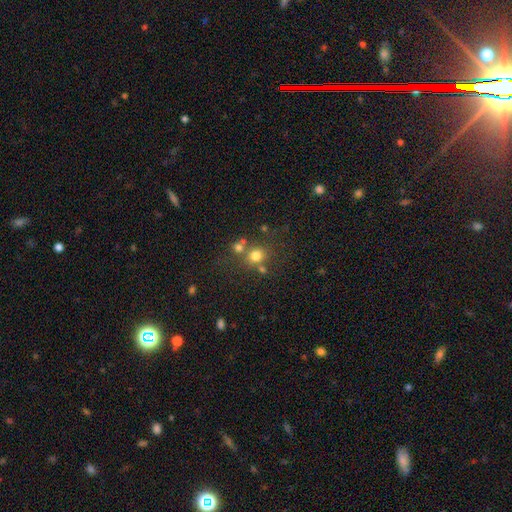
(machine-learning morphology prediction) smooth_or_featured: smooth (p=0.73) [alt: star or artifact p=0.17]
how_rounded: round (p=0.81) [alt: in between p=0.18]
merging: none (p=0.62) [alt: merger p=0.23]